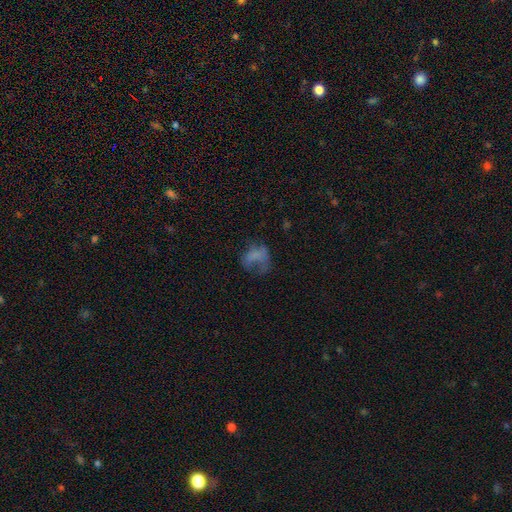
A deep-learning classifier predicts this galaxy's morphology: Smooth or featured: smooth — 53% (featured or disk — 31%)
How rounded: in between — 59% (round — 39%)
Merging: major disturbance — 44% (none — 31%)